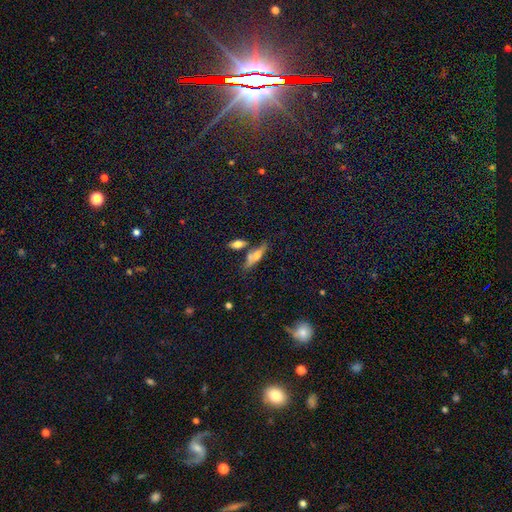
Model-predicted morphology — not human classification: Smooth or featured: smooth — 48% (featured or disk — 43%)
Merging: none — 54% (merger — 24%)